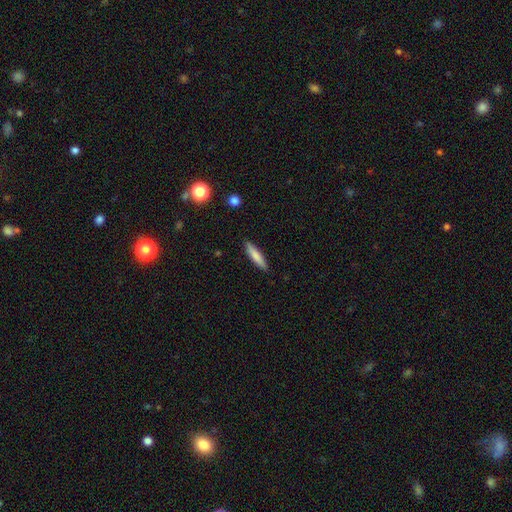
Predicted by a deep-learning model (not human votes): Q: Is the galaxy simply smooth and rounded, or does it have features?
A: smooth — 78%.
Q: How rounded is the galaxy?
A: cigar-shaped — 83%.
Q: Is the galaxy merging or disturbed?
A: none — 89%.